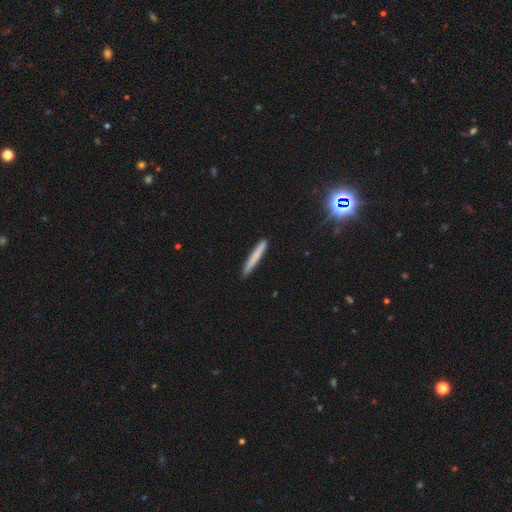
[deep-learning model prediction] Q: Smooth or featured?
A: smooth (74%); runner-up: featured or disk (19%)
Q: How rounded?
A: cigar-shaped (96%); runner-up: in between (3%)
Q: Merging?
A: none (90%); runner-up: minor disturbance (7%)